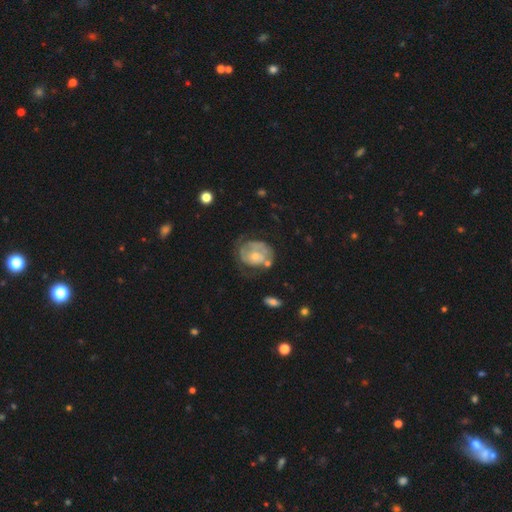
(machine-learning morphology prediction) type=featured or disk (64%); edge-on=no (97%); bar=no (81%); spiral arms=yes (62%); bulge=small (52%); merging=none (42%).